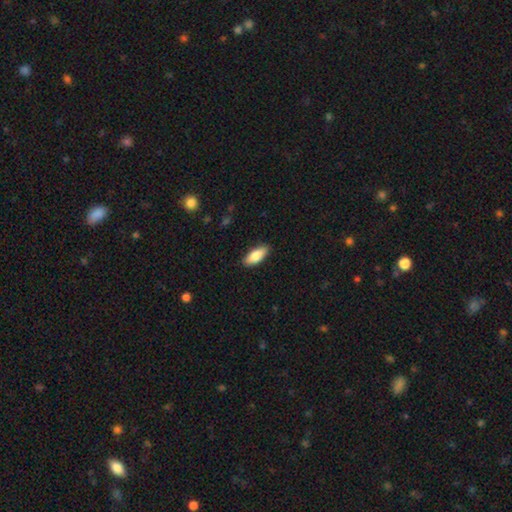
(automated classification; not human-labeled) A smooth galaxy with no disk features (80%) that is in between round and cigar-shaped (77%).

Vote fractions:
- Smooth or featured? smooth: 80% / featured or disk: 14% / star or artifact: 6%
- How rounded? in between: 77% / cigar-shaped: 20% / round: 2%
- Merging? none: 88% / minor disturbance: 9% / major disturbance: 2% / merger: 1%